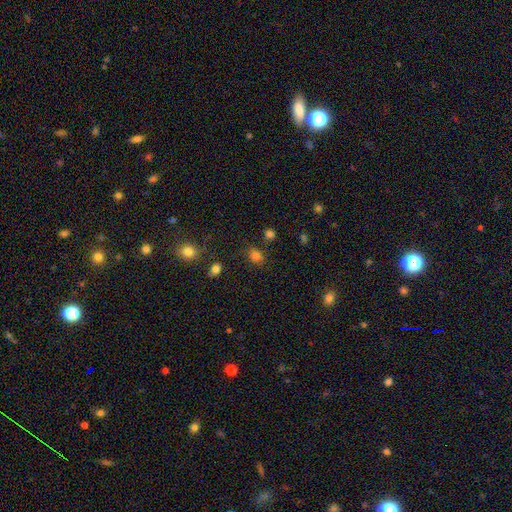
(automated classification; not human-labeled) smooth-or-featured: smooth: 75% | star or artifact: 20% | featured or disk: 5%
  how-rounded: in between: 49% (tied) | round: 49% (tied) | cigar-shaped: 1%
  merging: none: 69% | minor disturbance: 17% | major disturbance: 7% | merger: 6%